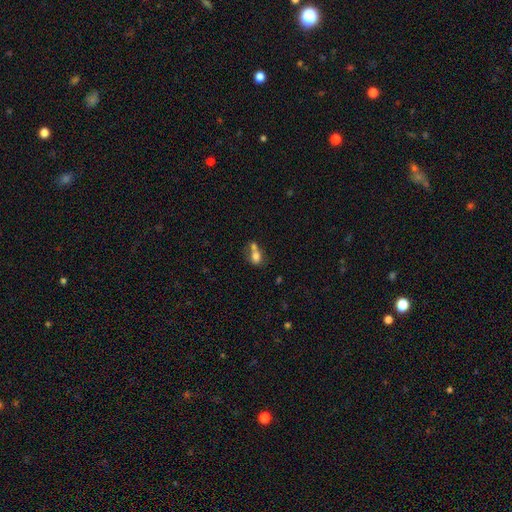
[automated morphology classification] This appears to be a smooth galaxy with no disk features (73%) that is in between round and cigar-shaped (61%). Merging: merger (56%).